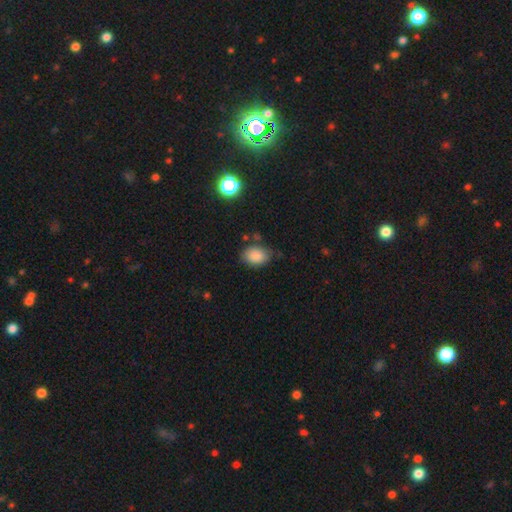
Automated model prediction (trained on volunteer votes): This appears to be a smooth galaxy with no disk features (85%) that is in between round and cigar-shaped (79%). Merging: none (74%).